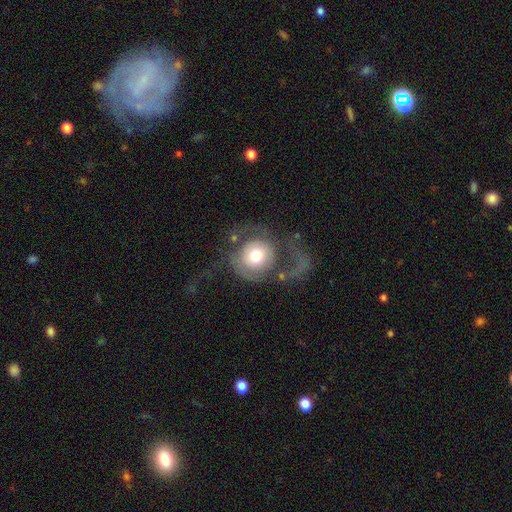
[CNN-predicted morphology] smooth 53%, featured or disk 39%, star or artifact 8%. Down the decision tree: how rounded — round (86%); merging — major disturbance (53%).